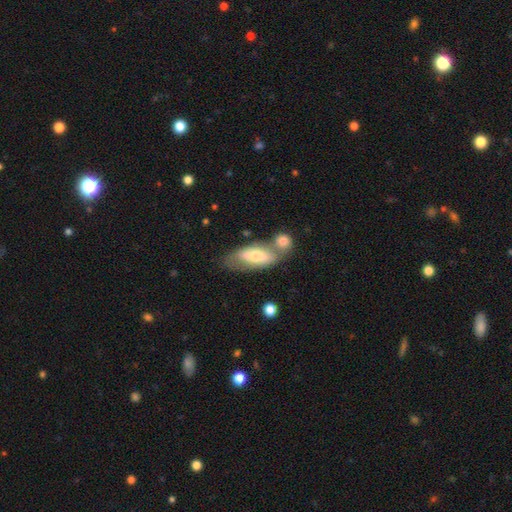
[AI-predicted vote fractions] Smooth or featured?
  - smooth: 64% *
  - featured or disk: 30%
  - star or artifact: 6%
How rounded?
  - in between: 78% *
  - cigar-shaped: 20%
  - round: 3%
Merging?
  - merger: 40% *
  - none: 35%
  - minor disturbance: 16%
  - major disturbance: 9%